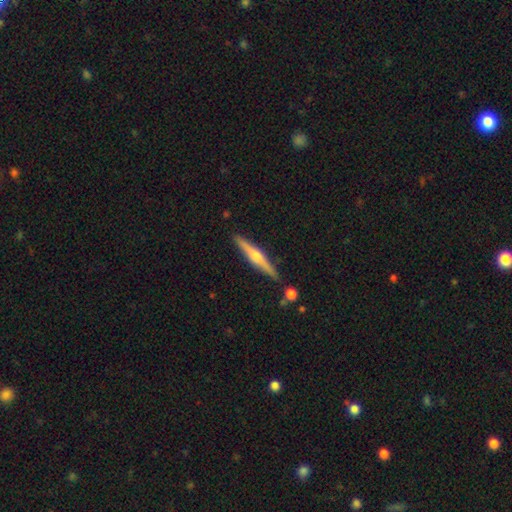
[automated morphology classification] featured or disk 75%, smooth 19%, star or artifact 6%. Down the decision tree: edge-on disk — yes (98%); edge-on bulge — rounded (85%); merging — none (88%).